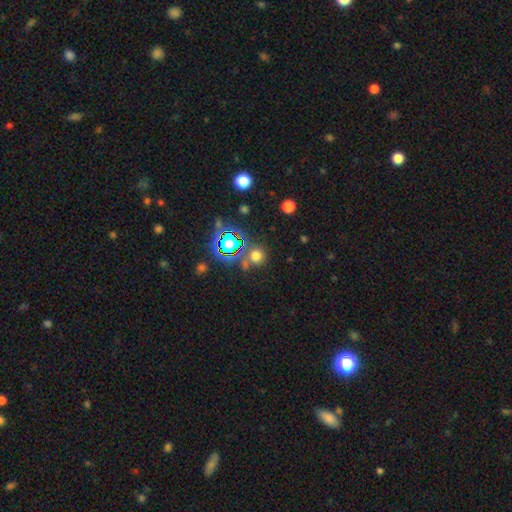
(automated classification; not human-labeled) smooth_or_featured: smooth (p=0.64) [alt: star or artifact p=0.29]
how_rounded: round (p=0.89) [alt: in between p=0.10]
merging: none (p=0.74) [alt: merger p=0.12]